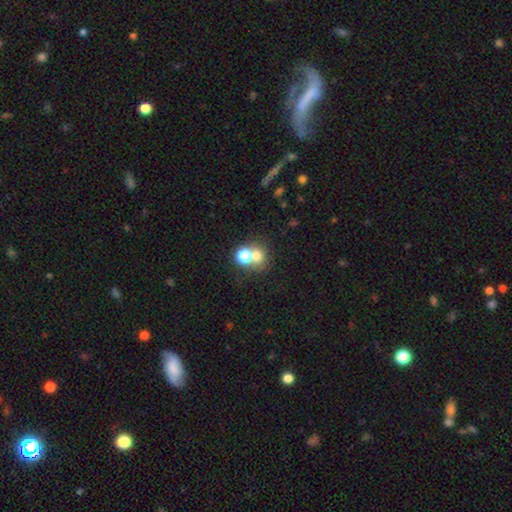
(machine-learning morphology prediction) Smooth or featured? Predicted: smooth (p=0.68). How rounded? Predicted: round (p=0.78). Merging? Predicted: merger (p=0.48).